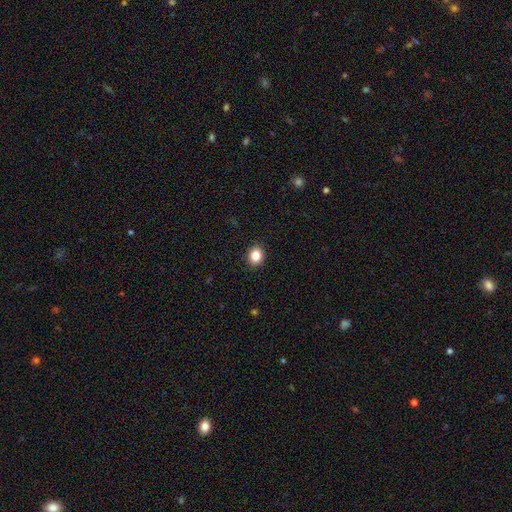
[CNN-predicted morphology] smooth-or-featured: smooth: 85% | star or artifact: 10% | featured or disk: 5%
  how-rounded: round: 60% | in between: 40% | cigar-shaped: 1%
  merging: none: 91% | minor disturbance: 6% | major disturbance: 2% | merger: 1%